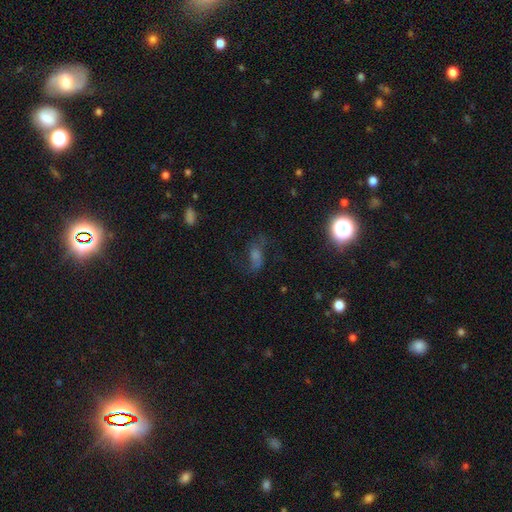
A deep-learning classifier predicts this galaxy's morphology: type=featured or disk (41%); merging=none (63%).